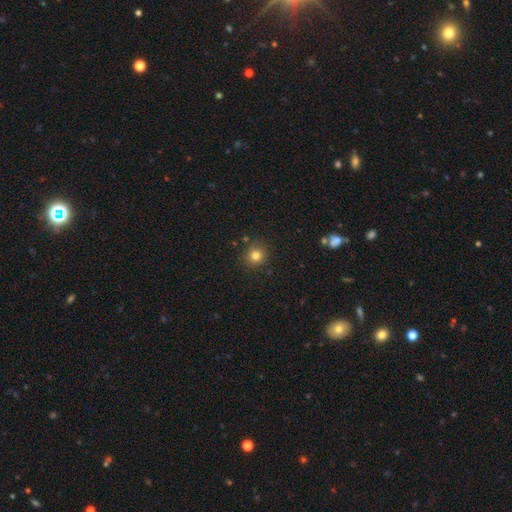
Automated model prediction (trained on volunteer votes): smooth_or_featured: smooth (p=0.80) [alt: star or artifact p=0.14]
how_rounded: round (p=0.91) [alt: in between p=0.08]
merging: none (p=0.87) [alt: minor disturbance p=0.08]